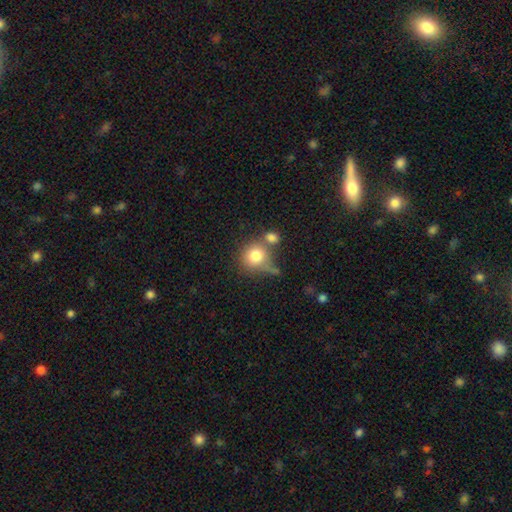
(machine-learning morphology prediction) smooth 78%, featured or disk 12%, star or artifact 10%. Down the decision tree: how rounded — round (85%); merging — none (44%).